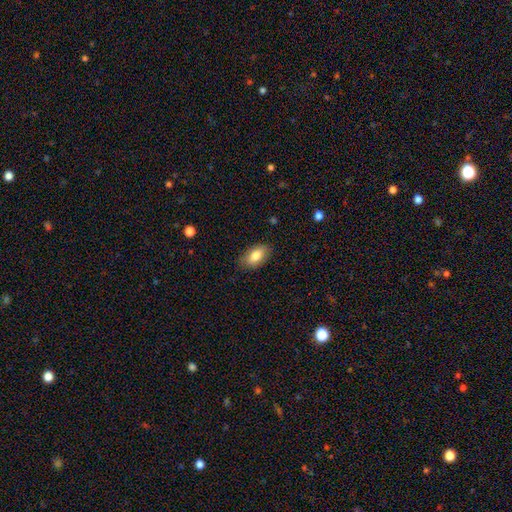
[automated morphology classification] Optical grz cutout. It shows a smooth galaxy with no disk features (82%) that is in between round and cigar-shaped (92%). Merging: none (84%).